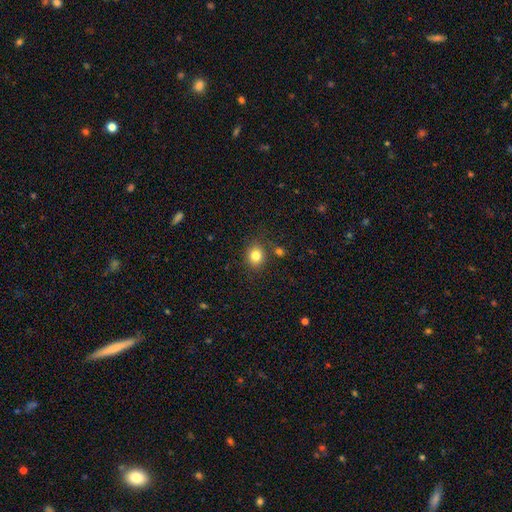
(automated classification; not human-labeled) A smooth galaxy with no disk features (82%) that is round (69%). Merging: none (81%).